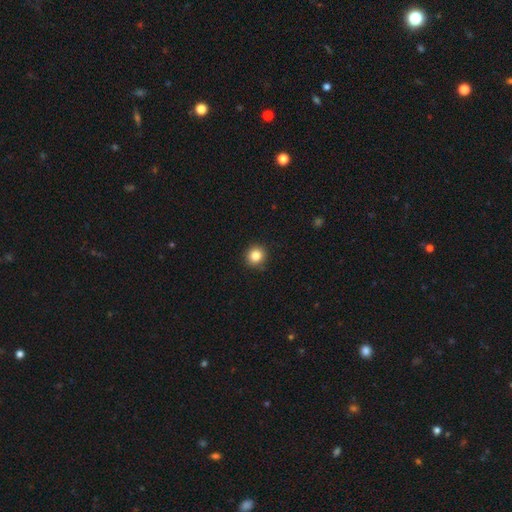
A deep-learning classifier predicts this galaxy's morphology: This is clearly a smooth galaxy (84%). How rounded: clearly round (92%). Merging: clearly none (90%).